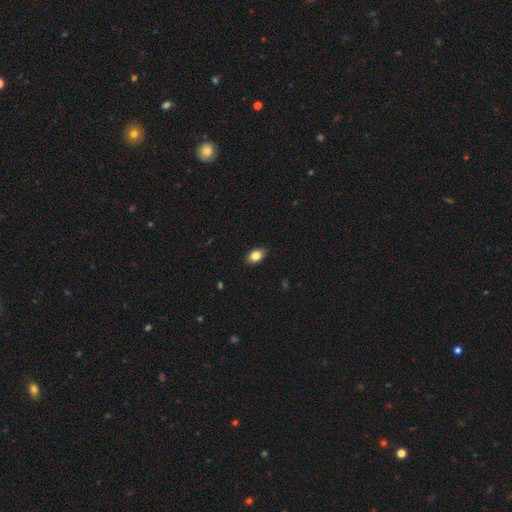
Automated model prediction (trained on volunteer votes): A smooth galaxy with no disk features (83%) that is in between round and cigar-shaped (86%).

Vote fractions:
- Smooth or featured? smooth: 83% / featured or disk: 9% / star or artifact: 8%
- How rounded? in between: 86% / round: 12% / cigar-shaped: 2%
- Merging? none: 88% / minor disturbance: 9% / major disturbance: 2% / merger: 1%